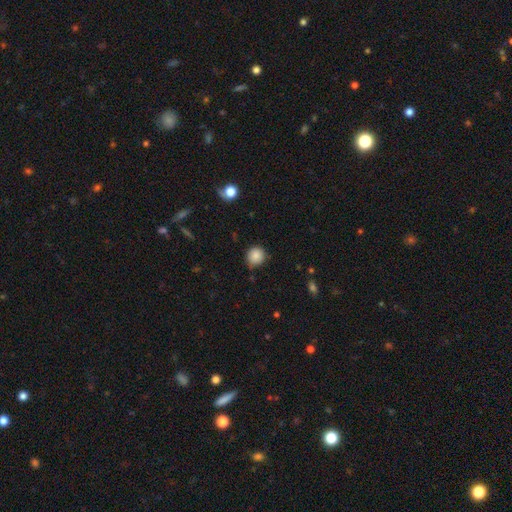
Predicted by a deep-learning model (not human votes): Overall: smooth (86%). How rounded: round (89%). Merging: none (79%).